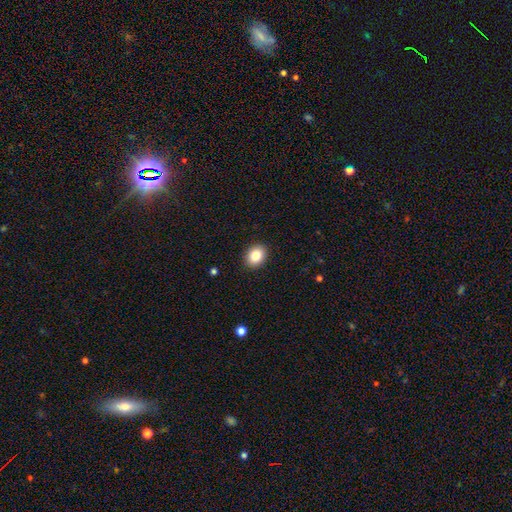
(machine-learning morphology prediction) type=smooth (85%); roundness=in between (57%); merging=none (91%).